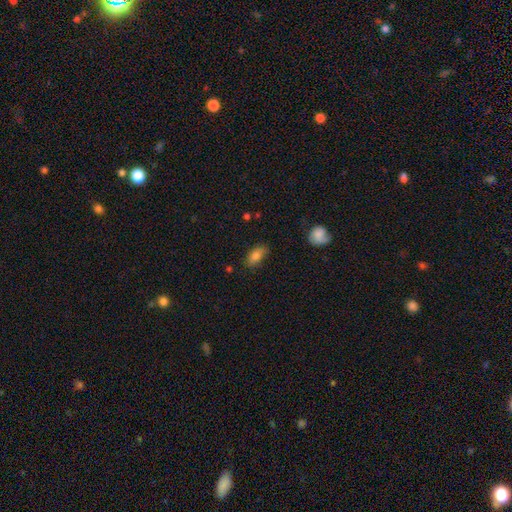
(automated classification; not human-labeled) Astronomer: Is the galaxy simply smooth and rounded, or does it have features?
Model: smooth — 81%.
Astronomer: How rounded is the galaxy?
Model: in between — 88%.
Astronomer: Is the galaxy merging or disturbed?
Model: none — 76%.